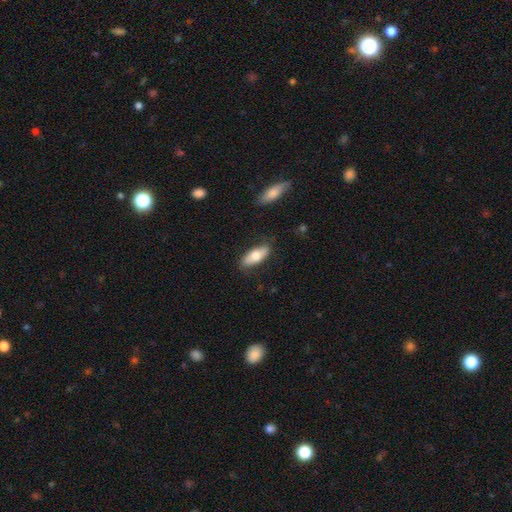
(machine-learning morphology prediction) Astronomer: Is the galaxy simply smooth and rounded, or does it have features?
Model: smooth — 72%.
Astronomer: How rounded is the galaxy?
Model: in between — 81%.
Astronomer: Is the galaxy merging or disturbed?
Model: none — 81%.